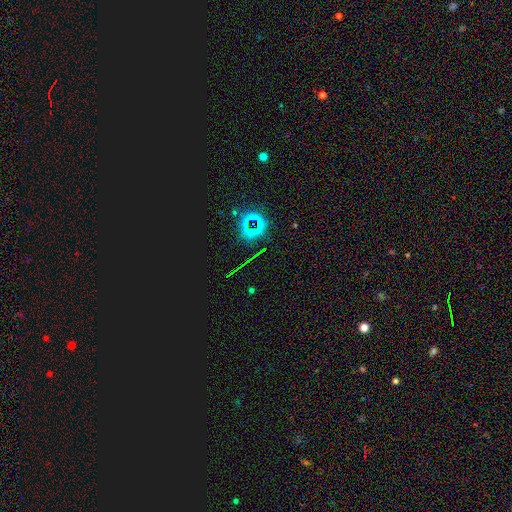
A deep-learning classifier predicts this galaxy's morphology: smooth-or-featured: star or artifact: 77% | smooth: 13% | featured or disk: 9%